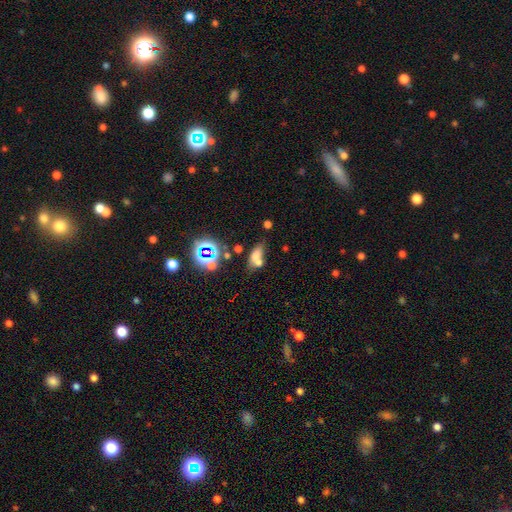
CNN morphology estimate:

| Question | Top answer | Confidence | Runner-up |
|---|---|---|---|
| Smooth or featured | smooth | 59% | star or artifact (22%) |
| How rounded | in between | 73% | round (16%) |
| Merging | merger | 42% | none (34%) |